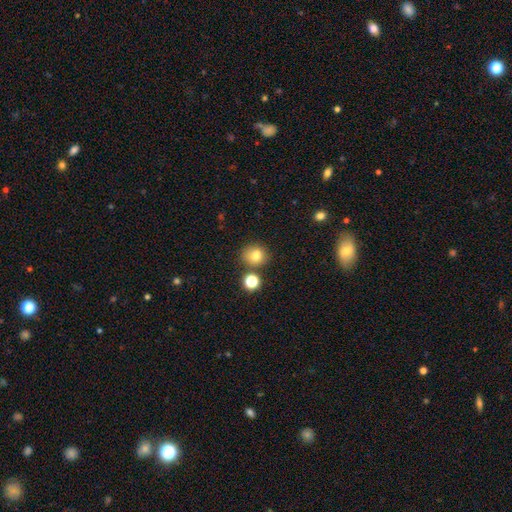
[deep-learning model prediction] smooth-or-featured: smooth: 79% | star or artifact: 14% | featured or disk: 7%
  how-rounded: round: 79% | in between: 20% | cigar-shaped: 1%
  merging: none: 73% | merger: 13% | minor disturbance: 11% | major disturbance: 3%